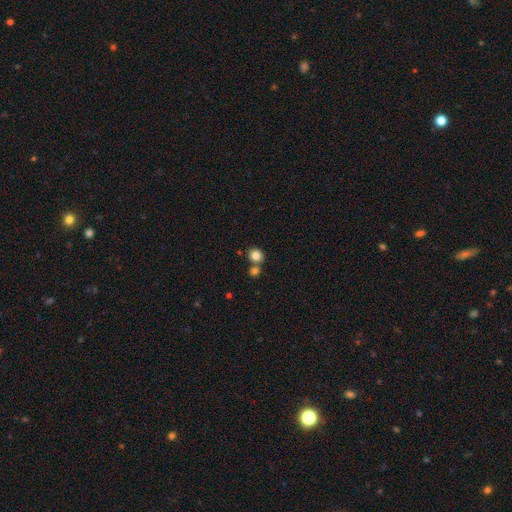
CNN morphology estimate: This is clearly a smooth galaxy (83%). How rounded: likely round (77%). Merging: likely none (63%).